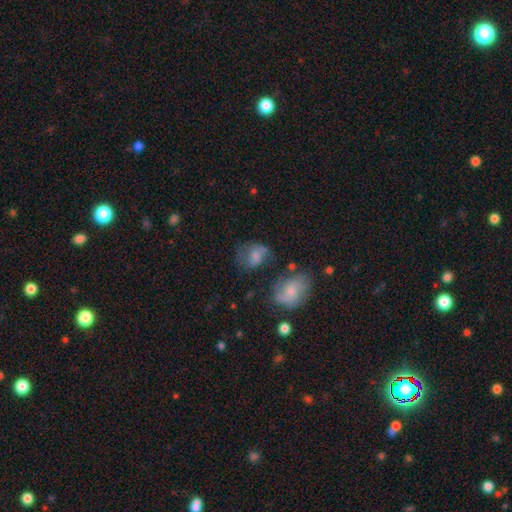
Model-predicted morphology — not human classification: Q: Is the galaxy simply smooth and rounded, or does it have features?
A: smooth — 59%.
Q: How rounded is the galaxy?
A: in between — 57%.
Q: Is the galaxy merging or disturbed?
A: none — 40%.